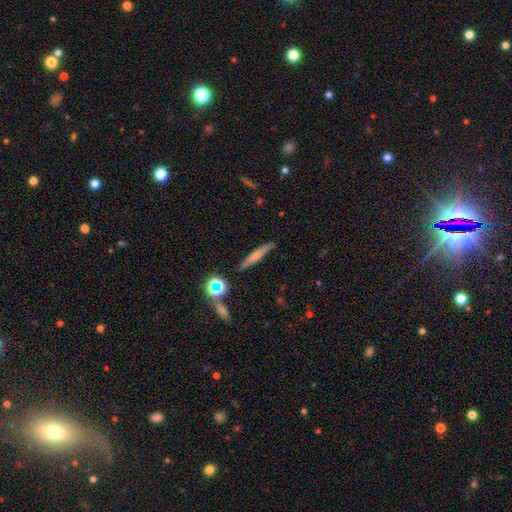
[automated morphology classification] This is possibly a smooth galaxy (55%). How rounded: clearly cigar-shaped (89%). Merging: clearly none (84%).